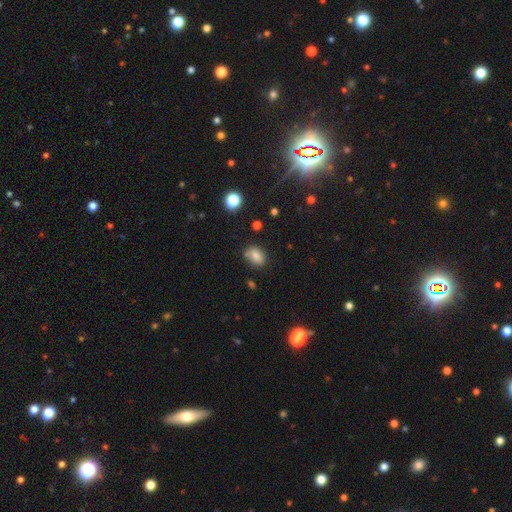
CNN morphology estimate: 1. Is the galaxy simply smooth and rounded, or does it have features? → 80% smooth, 11% star or artifact, 9% featured or disk.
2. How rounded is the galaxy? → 74% in between, 24% round, 1% cigar-shaped.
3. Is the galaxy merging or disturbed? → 72% none, 18% minor disturbance, 5% merger, 4% major disturbance.